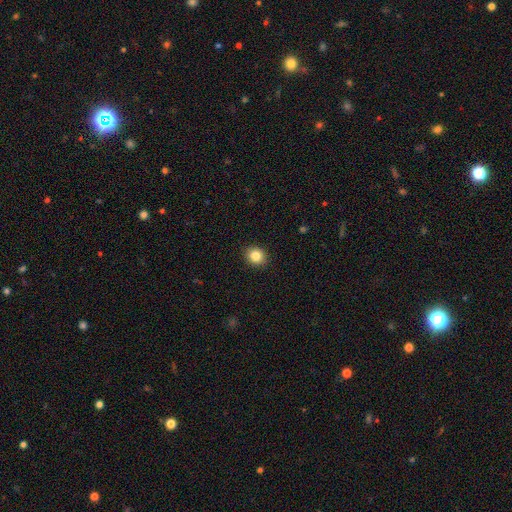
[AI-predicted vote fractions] Smooth or featured? smooth (84%)
How rounded? round (74%)
Merging? none (91%)